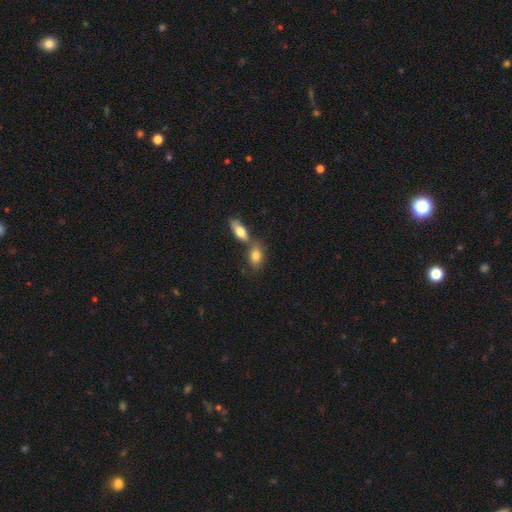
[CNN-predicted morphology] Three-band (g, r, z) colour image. It shows a smooth galaxy with no disk features (80%) that is in between round and cigar-shaped (85%). Merging: merger (44%).